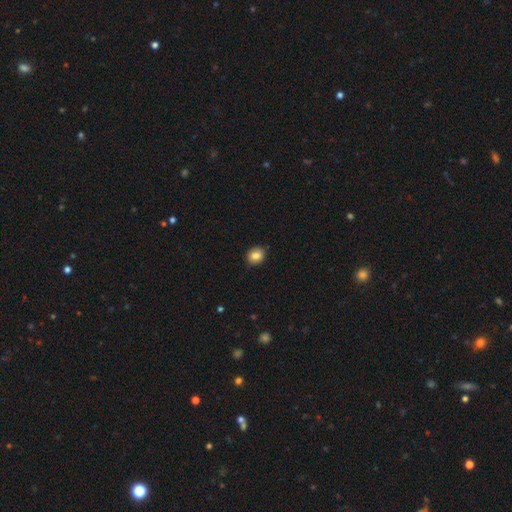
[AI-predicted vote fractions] Smooth or featured?
  - smooth: 84% *
  - star or artifact: 9%
  - featured or disk: 6%
How rounded?
  - round: 70% *
  - in between: 29%
  - cigar-shaped: 1%
Merging?
  - none: 87% *
  - minor disturbance: 10%
  - major disturbance: 2%
  - merger: 1%